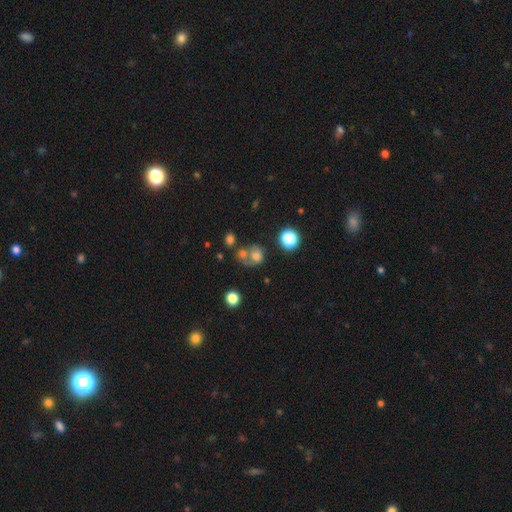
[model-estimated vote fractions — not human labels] A smooth galaxy with no disk features (65%) that is round (69%). Merging: merger (39%).